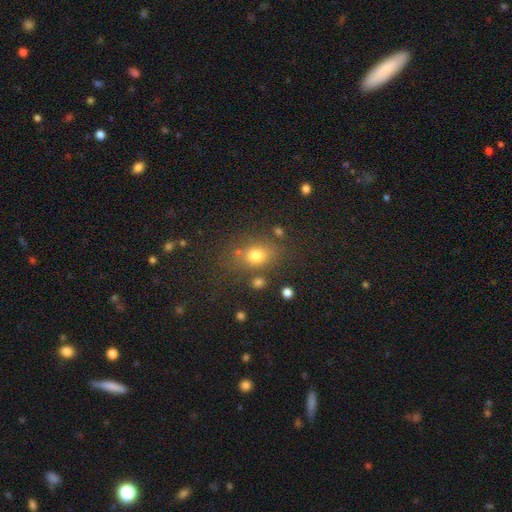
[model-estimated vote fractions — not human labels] Smooth or featured? Predicted: smooth (p=0.74). How rounded? Predicted: in between (p=0.52). Merging? Predicted: none (p=0.71).